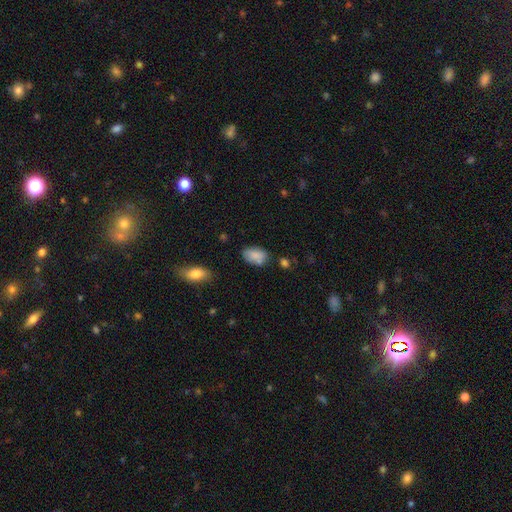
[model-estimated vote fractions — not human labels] Morphology: type=smooth (84%); roundness=in between (91%); merging=none (64%).